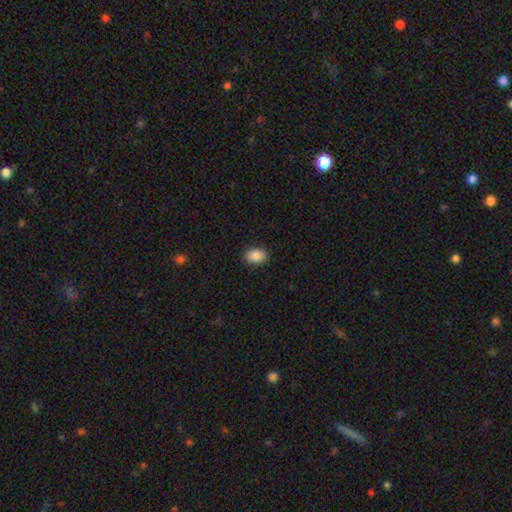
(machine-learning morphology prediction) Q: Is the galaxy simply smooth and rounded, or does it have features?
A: smooth — 87%.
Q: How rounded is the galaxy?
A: in between — 78%.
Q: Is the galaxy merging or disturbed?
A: none — 88%.